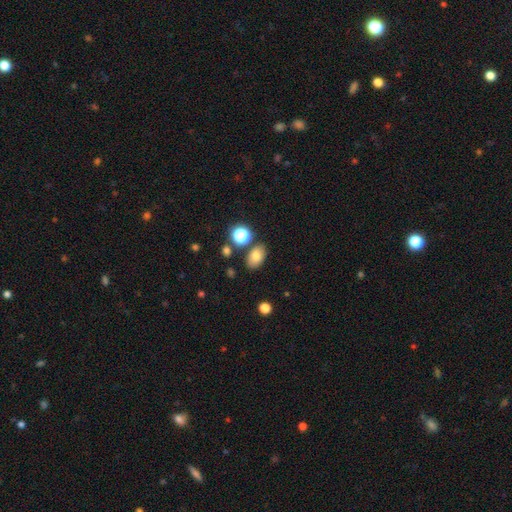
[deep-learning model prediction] The model was most divided on "smooth or featured": smooth: 78%, star or artifact: 12%, featured or disk: 11%. More confident: how rounded — in between (86%); merging — none (79%).